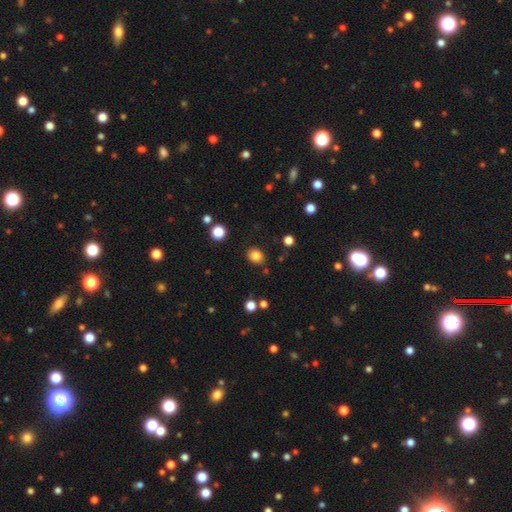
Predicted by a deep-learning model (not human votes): Smooth or featured?
  - smooth: 83% *
  - star or artifact: 12%
  - featured or disk: 5%
How rounded?
  - round: 64% *
  - in between: 35%
  - cigar-shaped: 1%
Merging?
  - none: 86% *
  - minor disturbance: 9%
  - major disturbance: 3%
  - merger: 2%